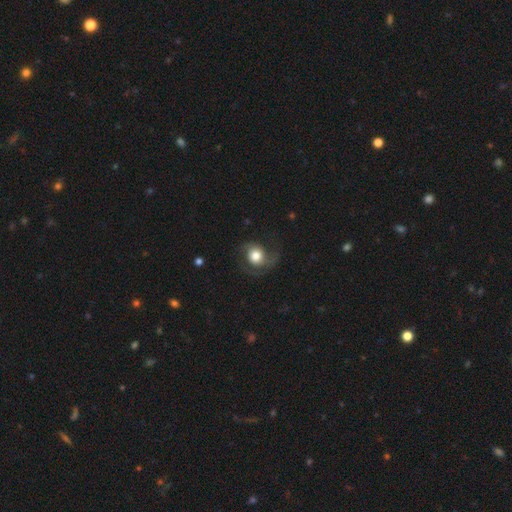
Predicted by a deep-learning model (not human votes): smooth 47%, featured or disk 44%, star or artifact 8%. Down the decision tree: merging — none (53%).